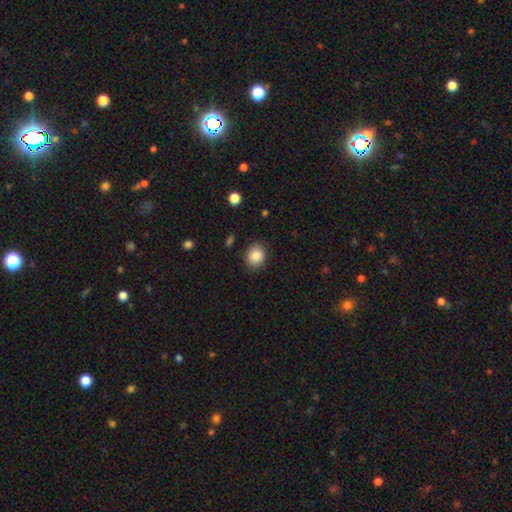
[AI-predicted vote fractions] smooth-or-featured: smooth: 86% | star or artifact: 9% | featured or disk: 5%
  how-rounded: round: 71% | in between: 28% | cigar-shaped: 1%
  merging: none: 86% | minor disturbance: 10% | major disturbance: 3% | merger: 1%